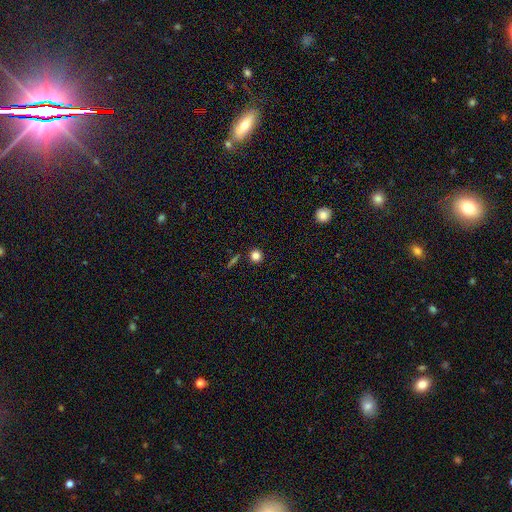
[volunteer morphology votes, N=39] Volunteers were most divided on "smooth or featured": smooth: 82%, star or artifact: 10%, featured or disk: 8%. More confident: how rounded — round (94%); merging — none (86%).